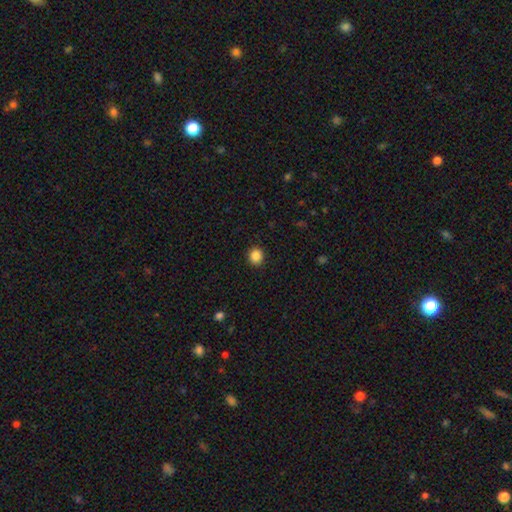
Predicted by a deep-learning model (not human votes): This is clearly a smooth galaxy (87%). How rounded: clearly round (85%). Merging: clearly none (91%).